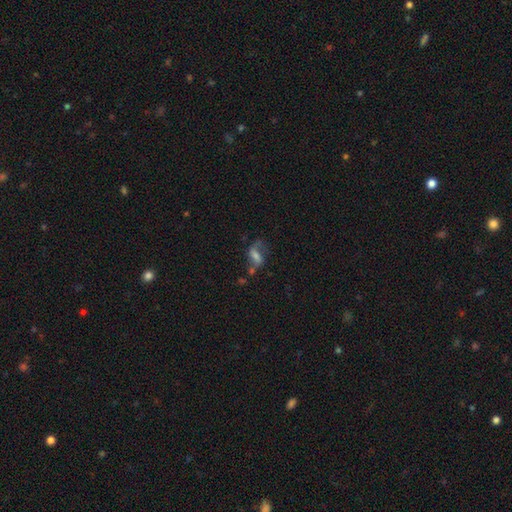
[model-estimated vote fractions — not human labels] Overall: featured or disk (52%; smooth 35%). Edge-on disk: no (92%). Merging: none (39%; major disturbance 27%).